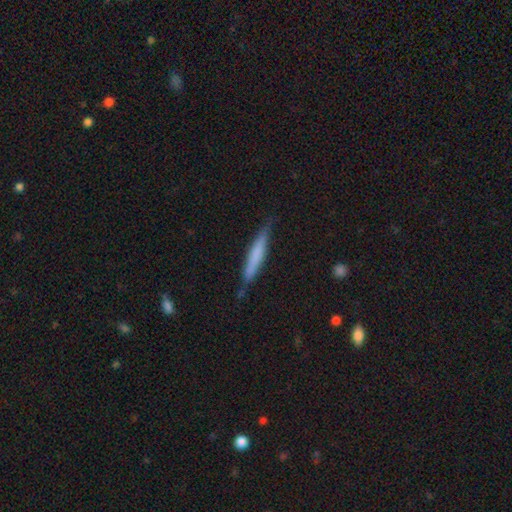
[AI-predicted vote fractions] Smooth or featured? Predicted: smooth (p=0.62). How rounded? Predicted: cigar-shaped (p=0.94). Merging? Predicted: none (p=0.79).